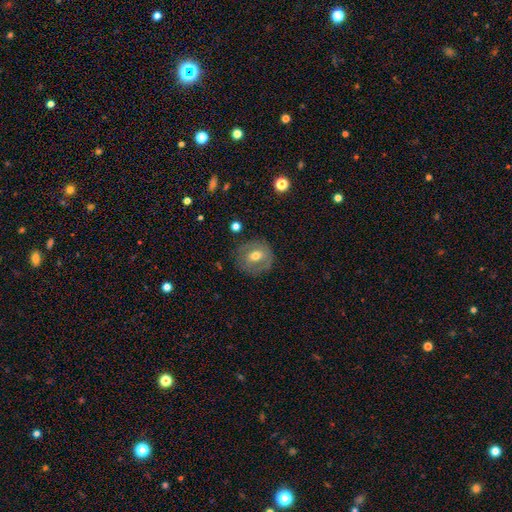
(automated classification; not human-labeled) Smooth or featured? Predicted: smooth (p=0.51). How rounded? Predicted: round (p=0.82). Merging? Predicted: none (p=0.77).